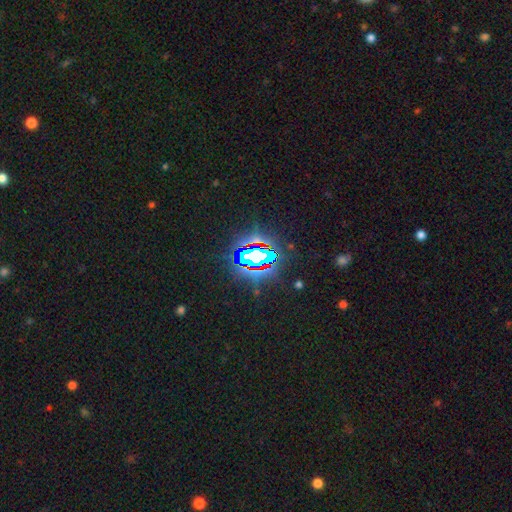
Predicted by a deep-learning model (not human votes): smooth_or_featured: star or artifact (p=0.73) [alt: smooth p=0.15]